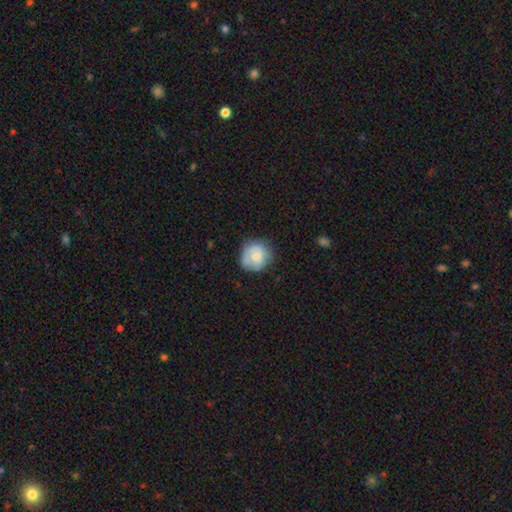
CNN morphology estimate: Smooth or featured?
  - smooth: 69% *
  - featured or disk: 23%
  - star or artifact: 8%
How rounded?
  - round: 86% *
  - in between: 13%
  - cigar-shaped: 1%
Merging?
  - none: 66% *
  - minor disturbance: 24%
  - major disturbance: 7%
  - merger: 3%